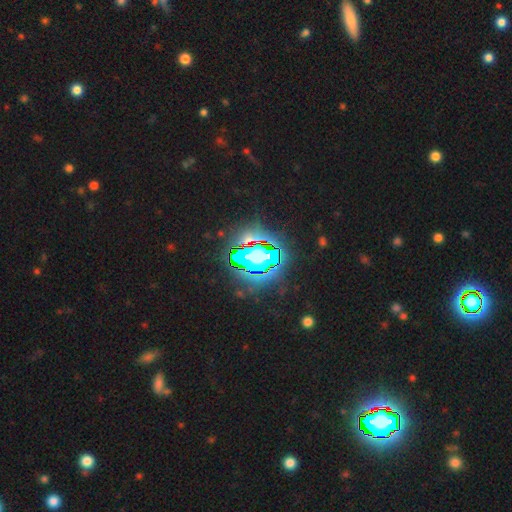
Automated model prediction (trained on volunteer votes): star or artifact 66%, smooth 17%, featured or disk 17%.